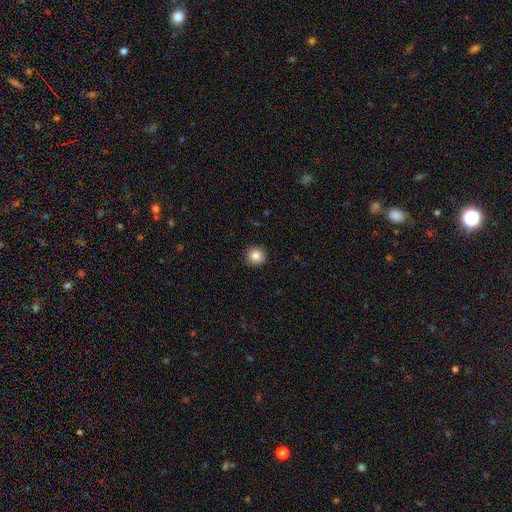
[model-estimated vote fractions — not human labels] Overall: smooth (85%). How rounded: round (94%). Merging: none (91%).